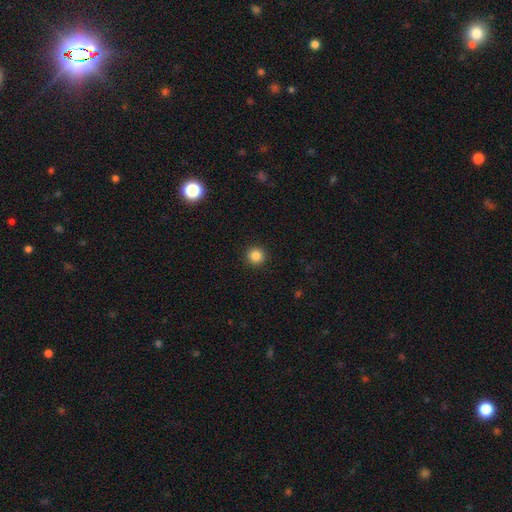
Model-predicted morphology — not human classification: smooth_or_featured: smooth (p=0.86) [alt: star or artifact p=0.11]
how_rounded: round (p=0.95) [alt: in between p=0.04]
merging: none (p=0.93) [alt: minor disturbance p=0.05]